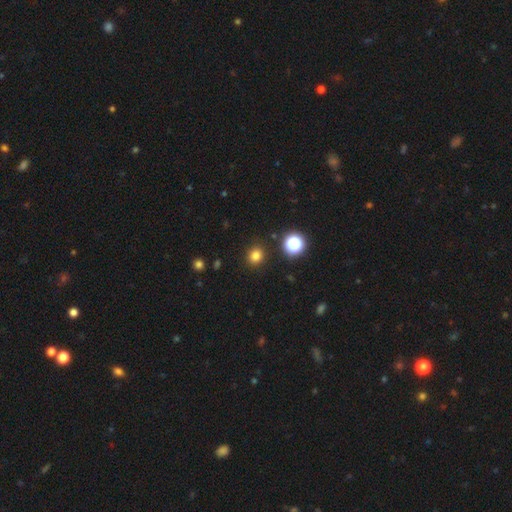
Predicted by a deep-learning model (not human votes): Q: Smooth or featured?
A: smooth (80%); runner-up: star or artifact (16%)
Q: How rounded?
A: round (83%); runner-up: in between (16%)
Q: Merging?
A: none (89%); runner-up: minor disturbance (6%)